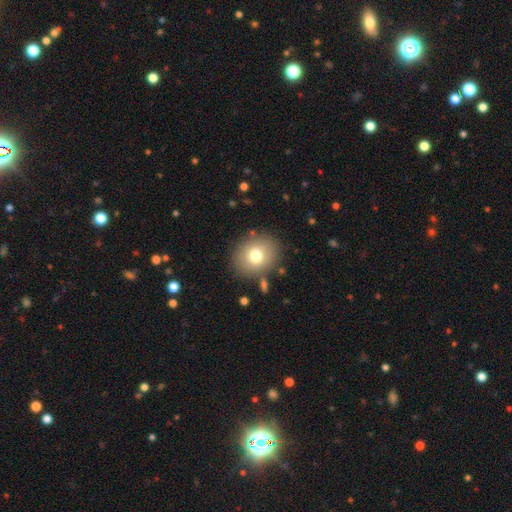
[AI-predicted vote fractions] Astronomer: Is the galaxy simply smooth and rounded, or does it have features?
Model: smooth — 74%.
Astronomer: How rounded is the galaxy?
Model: round — 70%.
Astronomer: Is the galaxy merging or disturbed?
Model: none — 83%.